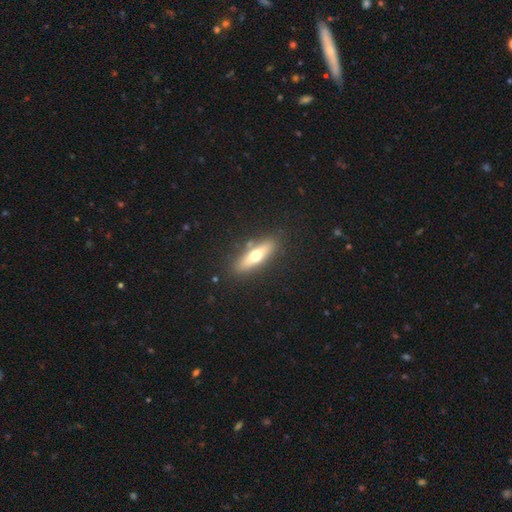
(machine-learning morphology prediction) Smooth or featured: smooth — 51% (featured or disk — 42%)
How rounded: cigar-shaped — 62% (in between — 35%)
Merging: none — 84% (minor disturbance — 10%)